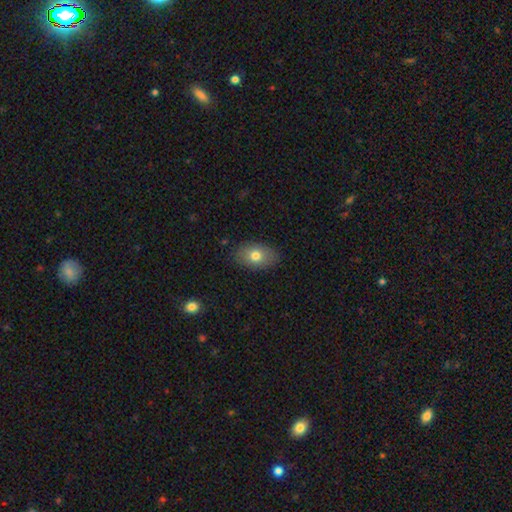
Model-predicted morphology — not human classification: This is likely a smooth galaxy (75%). How rounded: clearly in between (87%). Merging: clearly none (86%).